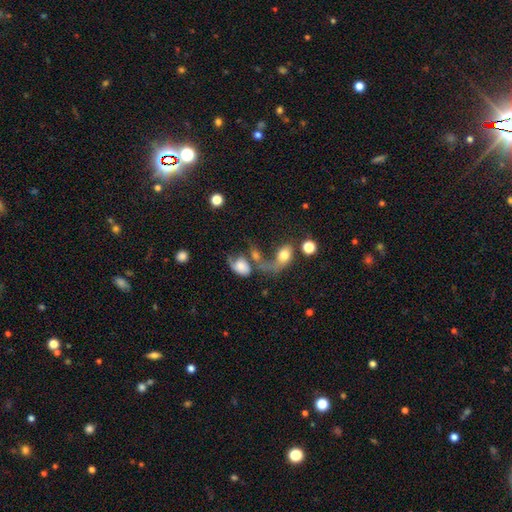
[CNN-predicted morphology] A smooth galaxy with no disk features (35%).

Vote fractions:
- Smooth or featured? smooth: 35% / star or artifact: 33% / featured or disk: 32%
- Merging? merger: 51% / none: 25% / major disturbance: 14% / minor disturbance: 10%